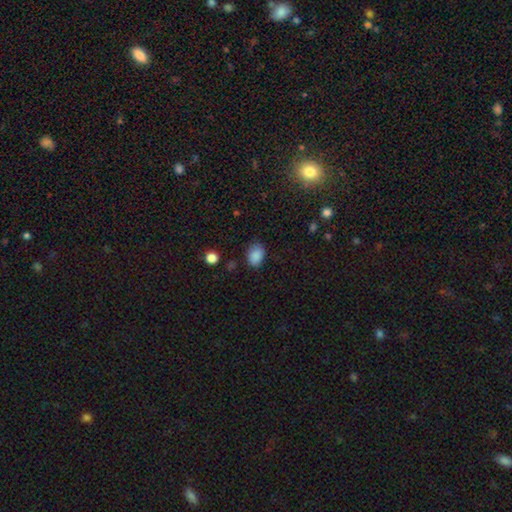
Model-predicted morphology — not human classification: Smooth or featured: smooth — 86% (star or artifact — 10%)
How rounded: in between — 70% (round — 29%)
Merging: none — 72% (minor disturbance — 21%)